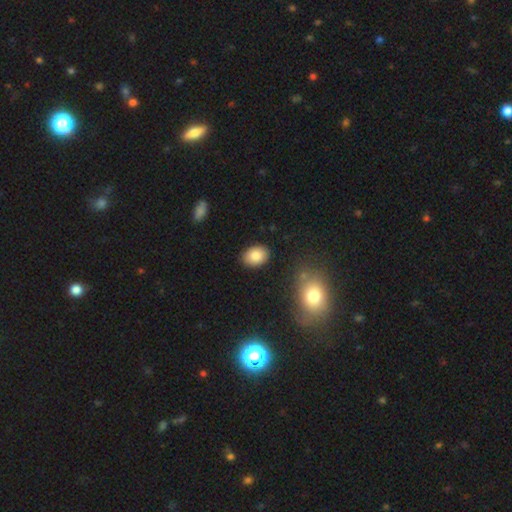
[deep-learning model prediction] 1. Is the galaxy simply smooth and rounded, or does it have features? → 85% smooth, 8% star or artifact, 7% featured or disk.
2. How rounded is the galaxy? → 79% in between, 20% round, 1% cigar-shaped.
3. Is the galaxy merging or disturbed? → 88% none, 9% minor disturbance, 2% major disturbance, 2% merger.